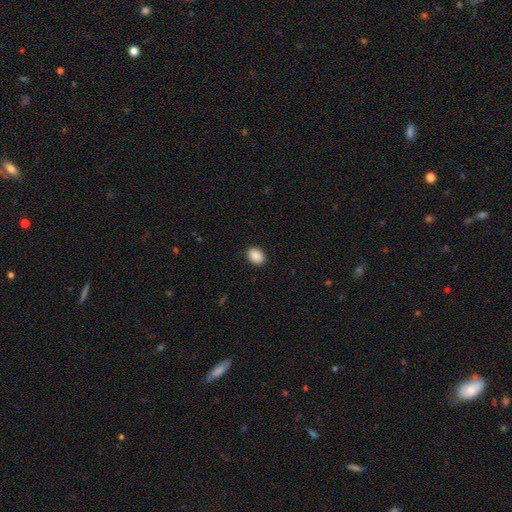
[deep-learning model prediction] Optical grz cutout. It shows a smooth galaxy with no disk features (90%) that is in between round and cigar-shaped (66%). Merging: none (90%).